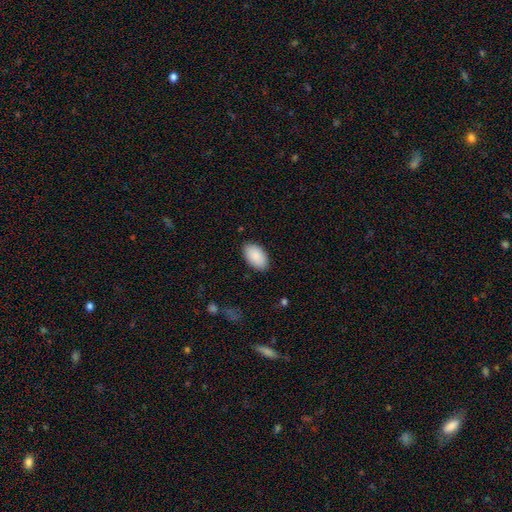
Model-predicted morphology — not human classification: smooth_or_featured: smooth (p=0.90) [alt: star or artifact p=0.06]
how_rounded: in between (p=0.95) [alt: round p=0.04]
merging: none (p=0.87) [alt: minor disturbance p=0.10]